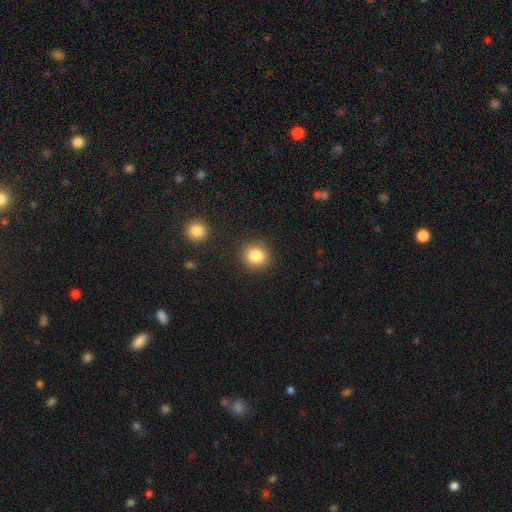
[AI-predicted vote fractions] Overall: smooth (83%). How rounded: round (82%). Merging: none (86%).